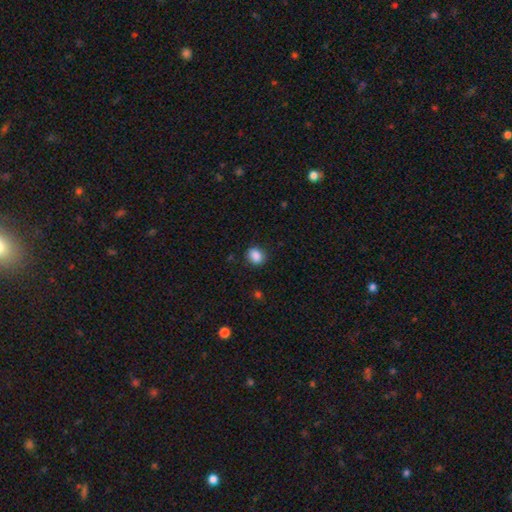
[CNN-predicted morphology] smooth 88%, star or artifact 9%, featured or disk 3%. Down the decision tree: how rounded — in between (50%); merging — none (86%).